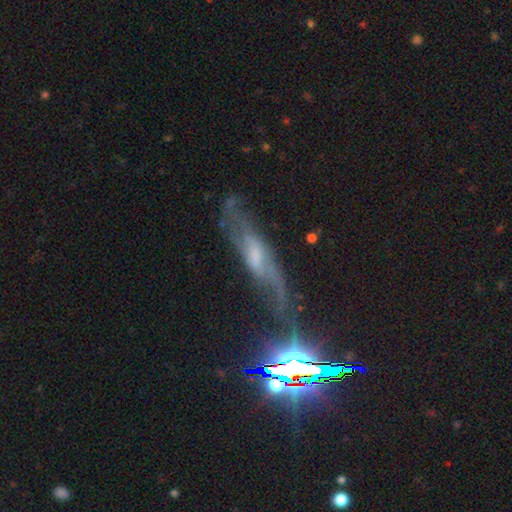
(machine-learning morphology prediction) Q: Smooth or featured?
A: featured or disk (62%); runner-up: star or artifact (22%)
Q: Edge-on disk?
A: no (62%); runner-up: yes (38%)
Q: Merging?
A: none (58%); runner-up: minor disturbance (22%)